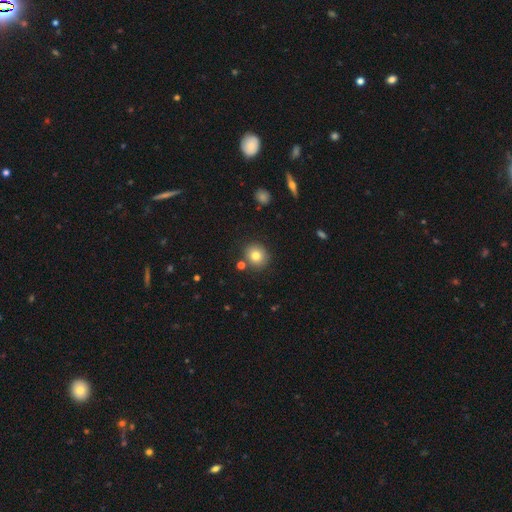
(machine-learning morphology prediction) This is likely a smooth galaxy (79%). How rounded: clearly round (85%). Merging: clearly none (84%).